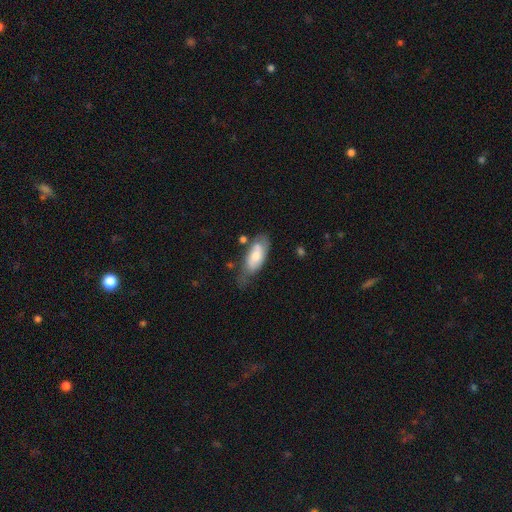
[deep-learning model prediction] smooth 57%, featured or disk 36%, star or artifact 6%. Down the decision tree: how rounded — in between (82%); merging — none (45%).